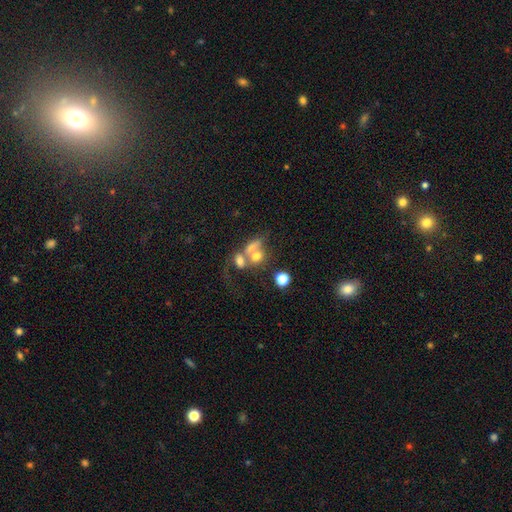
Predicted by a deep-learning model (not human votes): This appears to be a smooth galaxy with no disk features (56%) that is round (51%). Merging: merger (62%).